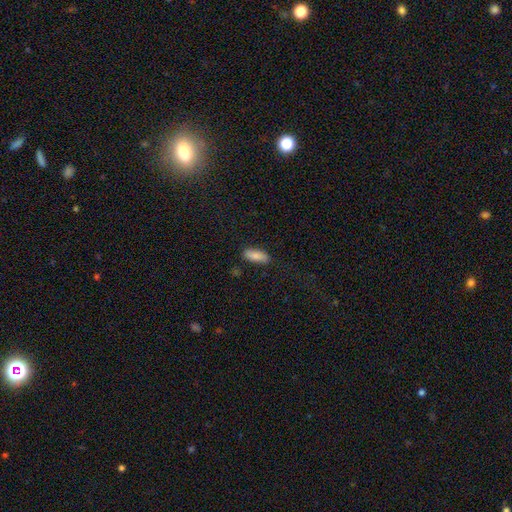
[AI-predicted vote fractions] Smooth or featured? Predicted: smooth (p=0.85). How rounded? Predicted: in between (p=0.77). Merging? Predicted: none (p=0.85).